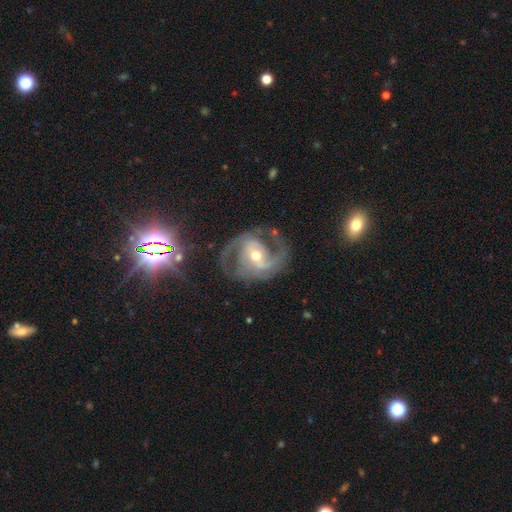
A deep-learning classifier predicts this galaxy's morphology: This appears to be a featured or disk galaxy (88%) with a weak bar (39%), 2 (85%) medium (59%) spiral arms (97%) and a moderate central bulge (60%). Merging: none (71%).